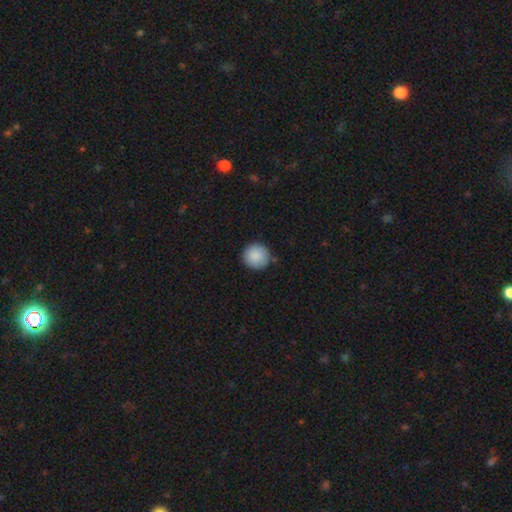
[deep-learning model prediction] Morphology: type=smooth (89%); roundness=round (95%); merging=none (88%).